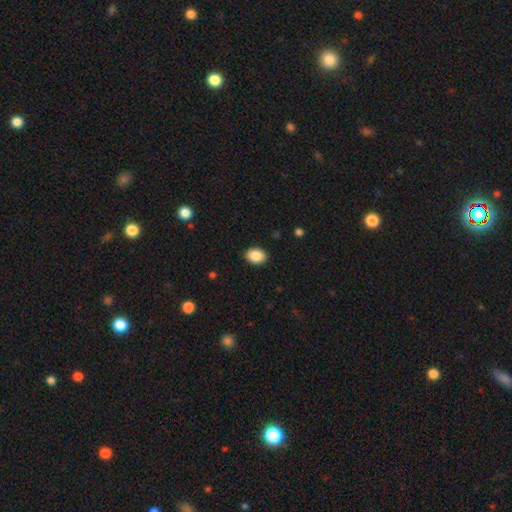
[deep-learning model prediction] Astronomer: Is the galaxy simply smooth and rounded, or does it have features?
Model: smooth — 88%.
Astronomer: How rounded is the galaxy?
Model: in between — 79%.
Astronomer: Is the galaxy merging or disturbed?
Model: none — 90%.